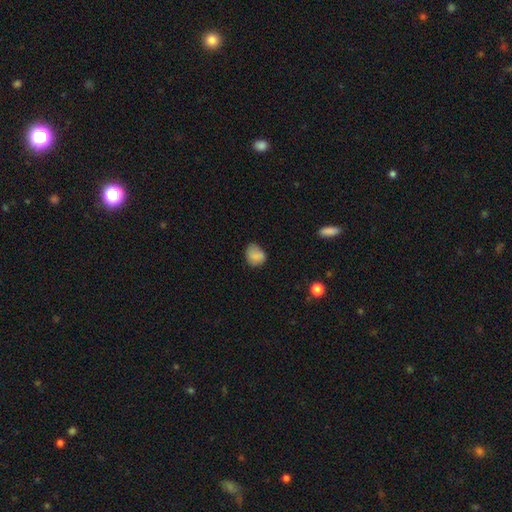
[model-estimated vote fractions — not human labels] Smooth or featured? Predicted: smooth (p=0.83). How rounded? Predicted: round (p=0.58). Merging? Predicted: none (p=0.65).